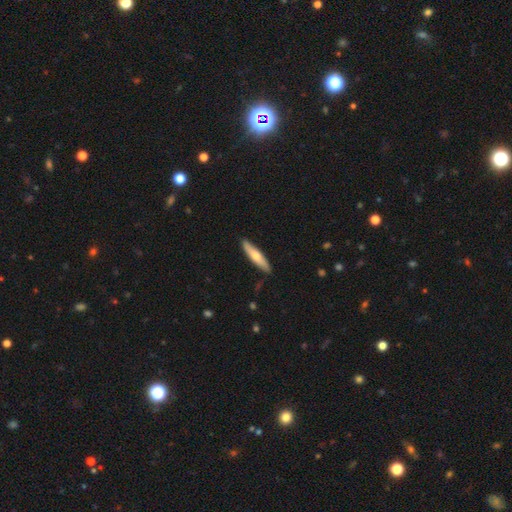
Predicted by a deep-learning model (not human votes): This is possibly a smooth galaxy (59%). How rounded: clearly cigar-shaped (82%). Merging: clearly none (88%).